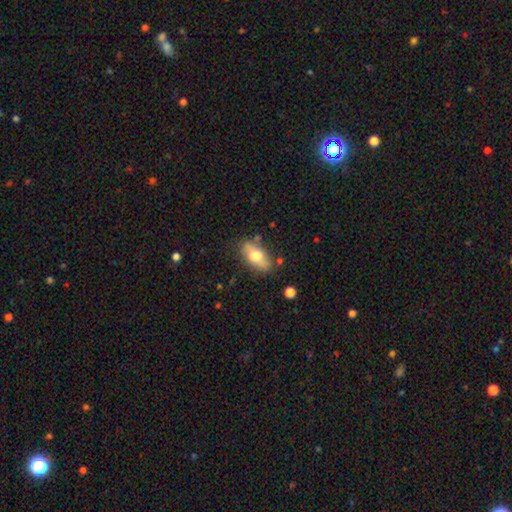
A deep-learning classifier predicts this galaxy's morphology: Smooth or featured: smooth — 66% (featured or disk — 27%)
How rounded: in between — 87% (cigar-shaped — 7%)
Merging: none — 76% (minor disturbance — 16%)